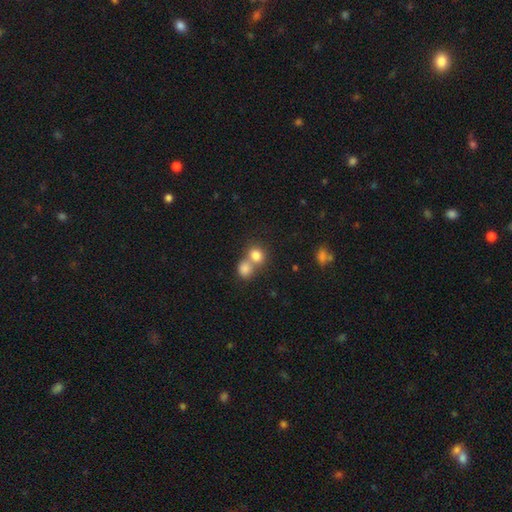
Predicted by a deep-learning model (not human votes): smooth-or-featured: smooth: 81% | star or artifact: 11% | featured or disk: 9%
  how-rounded: round: 72% | in between: 27% | cigar-shaped: 1%
  merging: merger: 55% | none: 36% | minor disturbance: 6% | major disturbance: 3%